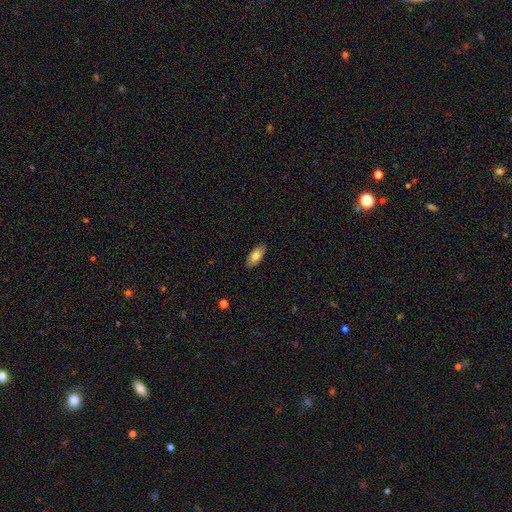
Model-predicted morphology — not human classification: This appears to be a smooth galaxy with no disk features (80%) that is in between round and cigar-shaped (88%). Merging: none (88%).